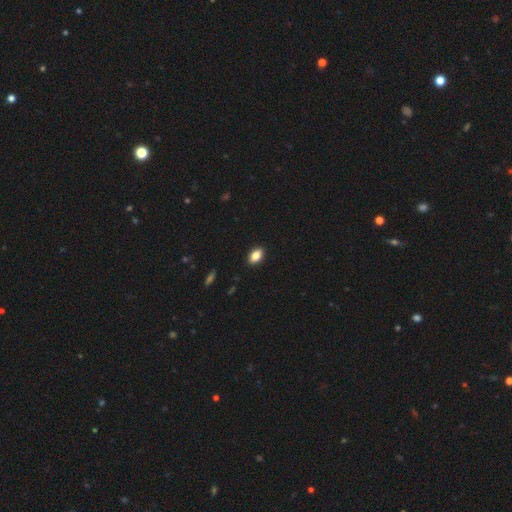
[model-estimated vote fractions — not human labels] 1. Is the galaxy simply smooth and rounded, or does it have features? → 85% smooth, 8% star or artifact, 7% featured or disk.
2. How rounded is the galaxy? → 89% in between, 9% round, 3% cigar-shaped.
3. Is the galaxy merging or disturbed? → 90% none, 8% minor disturbance, 2% major disturbance, 1% merger.